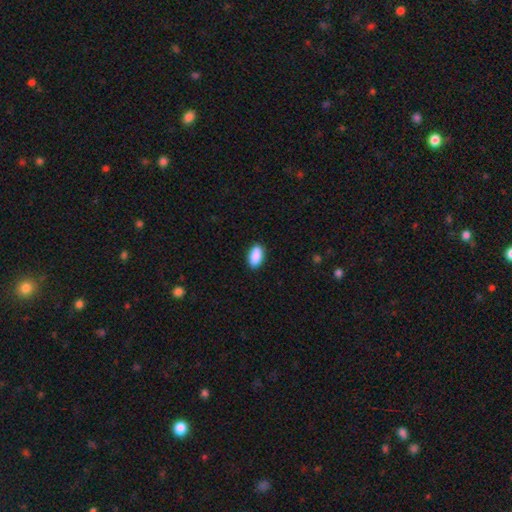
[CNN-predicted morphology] Overall: smooth (91%). How rounded: in between (92%). Merging: none (89%).